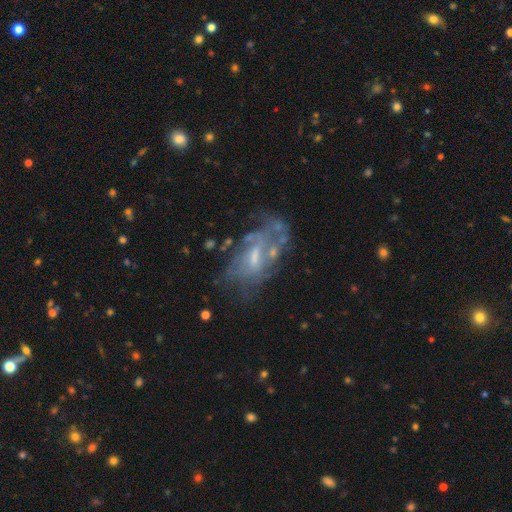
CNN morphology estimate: featured or disk 72%, smooth 18%, star or artifact 10%. Down the decision tree: edge-on disk — no (94%); bar — weak (46%); spiral arms — yes (59%); bulge size — small (43%); merging — none (48%).